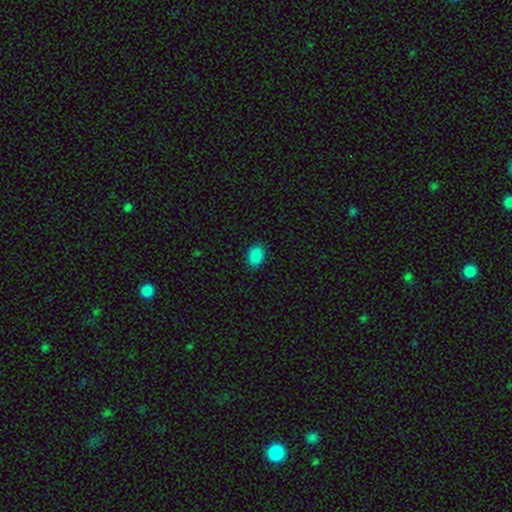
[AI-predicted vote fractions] Q: Smooth or featured?
A: smooth (88%); runner-up: star or artifact (9%)
Q: How rounded?
A: in between (82%); runner-up: round (17%)
Q: Merging?
A: none (88%); runner-up: minor disturbance (9%)